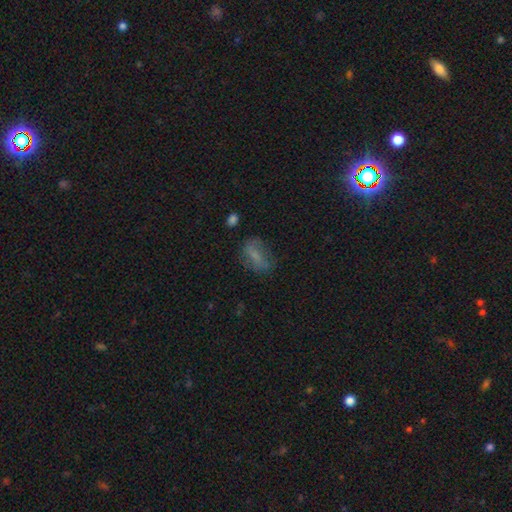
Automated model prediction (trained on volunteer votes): Smooth or featured? Predicted: smooth (p=0.60). How rounded? Predicted: in between (p=0.80). Merging? Predicted: none (p=0.57).